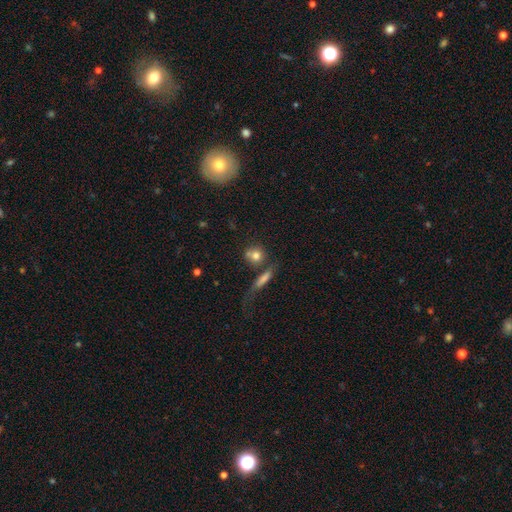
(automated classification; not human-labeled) This is likely a smooth galaxy (76%). How rounded: likely round (71%). Merging: possibly none (52%).